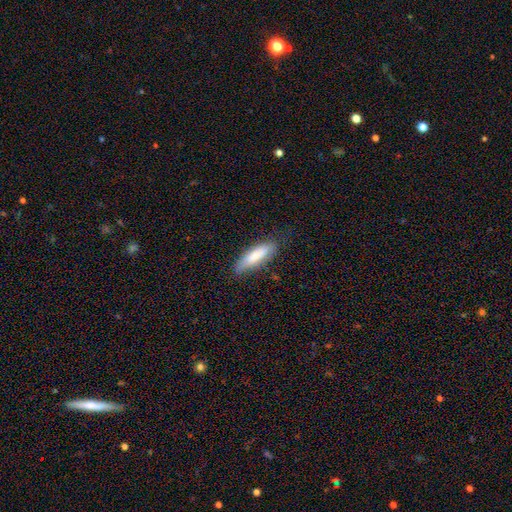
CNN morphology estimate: This is likely a smooth galaxy (78%). How rounded: likely cigar-shaped (62%). Merging: likely none (77%).